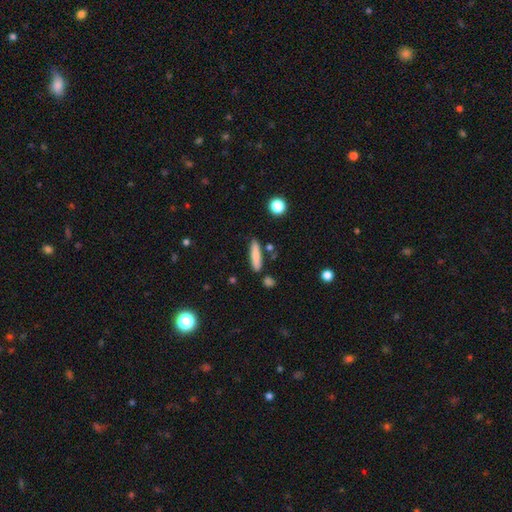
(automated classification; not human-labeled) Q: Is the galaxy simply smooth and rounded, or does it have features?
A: smooth — 80%.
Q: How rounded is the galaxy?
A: cigar-shaped — 81%.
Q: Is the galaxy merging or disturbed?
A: none — 82%.